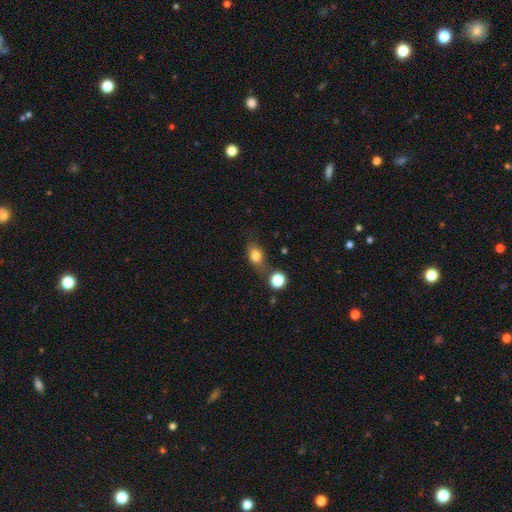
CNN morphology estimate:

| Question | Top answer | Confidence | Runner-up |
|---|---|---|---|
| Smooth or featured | smooth | 79% | featured or disk (11%) |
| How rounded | in between | 67% | round (29%) |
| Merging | none | 60% | minor disturbance (19%) |